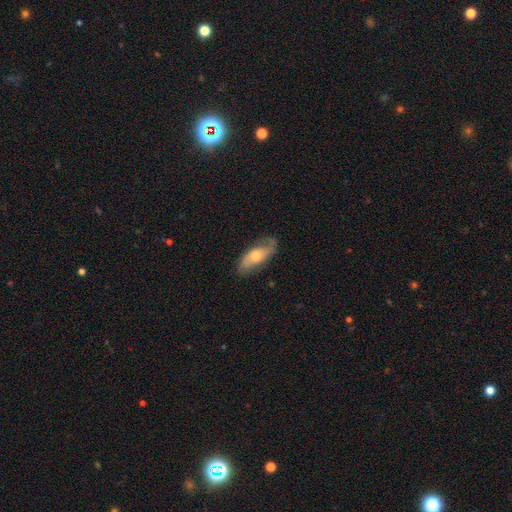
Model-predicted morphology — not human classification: smooth_or_featured: featured or disk (p=0.53) [alt: smooth p=0.41]
disk_edge_on: no (p=0.82) [alt: yes p=0.18]
merging: none (p=0.70) [alt: minor disturbance p=0.21]